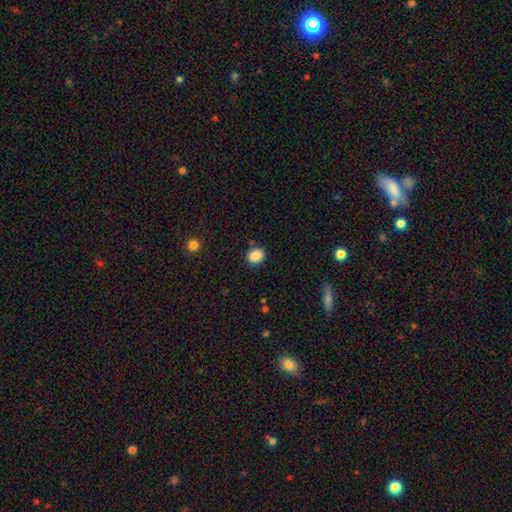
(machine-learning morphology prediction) type=smooth (88%); roundness=round (69%); merging=none (86%).